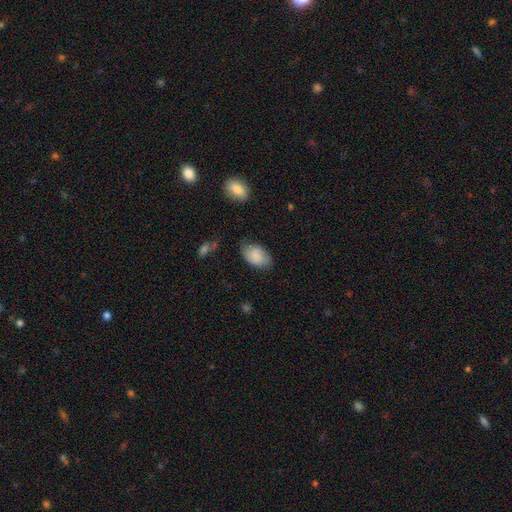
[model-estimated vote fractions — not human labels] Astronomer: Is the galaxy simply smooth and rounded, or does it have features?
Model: smooth — 81%.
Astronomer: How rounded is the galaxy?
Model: in between — 92%.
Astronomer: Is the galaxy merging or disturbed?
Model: none — 71%.